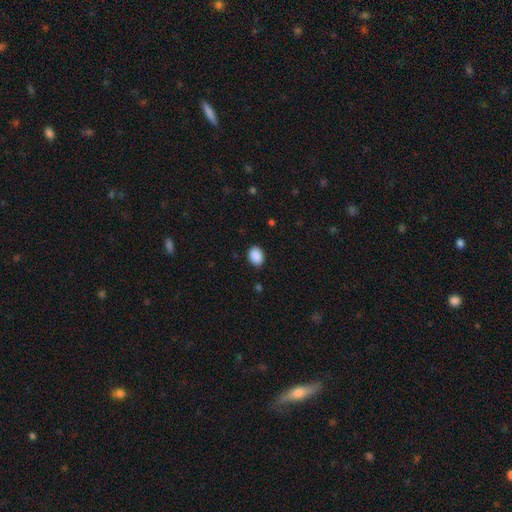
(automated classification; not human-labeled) Smooth or featured?
  - smooth: 90% *
  - star or artifact: 7%
  - featured or disk: 3%
How rounded?
  - in between: 71% *
  - round: 28%
  - cigar-shaped: 1%
Merging?
  - none: 85% *
  - minor disturbance: 11%
  - major disturbance: 2%
  - merger: 1%